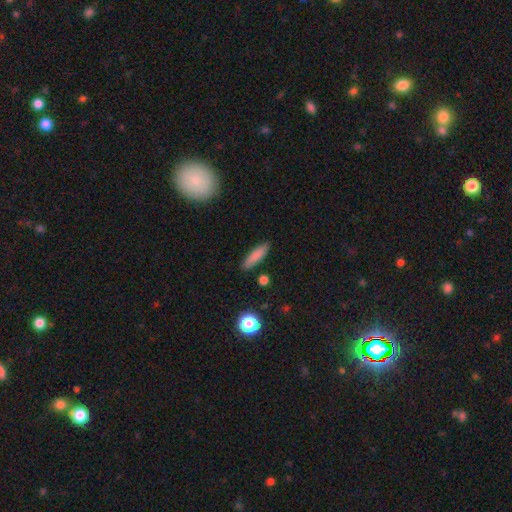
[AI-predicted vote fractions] Smooth or featured? Predicted: smooth (p=0.83). How rounded? Predicted: cigar-shaped (p=0.68). Merging? Predicted: none (p=0.86).